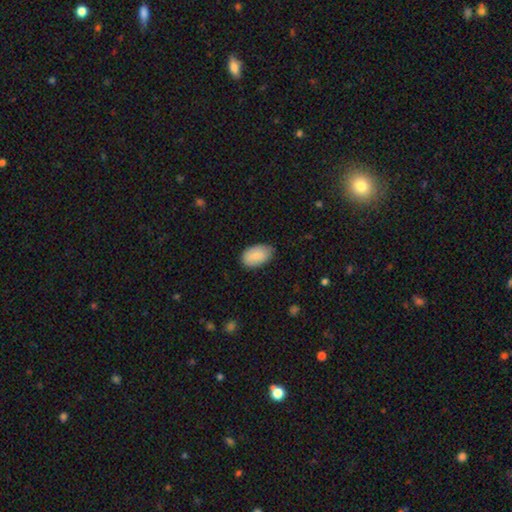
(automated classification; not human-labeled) Q: Smooth or featured?
A: smooth (86%); runner-up: featured or disk (8%)
Q: How rounded?
A: in between (93%); runner-up: round (6%)
Q: Merging?
A: none (77%); runner-up: minor disturbance (19%)